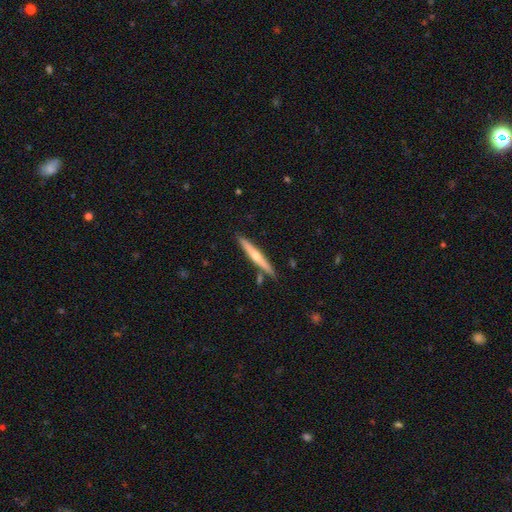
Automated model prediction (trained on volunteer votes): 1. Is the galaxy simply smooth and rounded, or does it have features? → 62% featured or disk, 33% smooth, 6% star or artifact.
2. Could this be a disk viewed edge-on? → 97% yes, 3% no.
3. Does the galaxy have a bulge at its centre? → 82% rounded, 15% none, 3% boxy.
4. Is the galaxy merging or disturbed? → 86% none, 9% minor disturbance, 4% merger, 2% major disturbance.